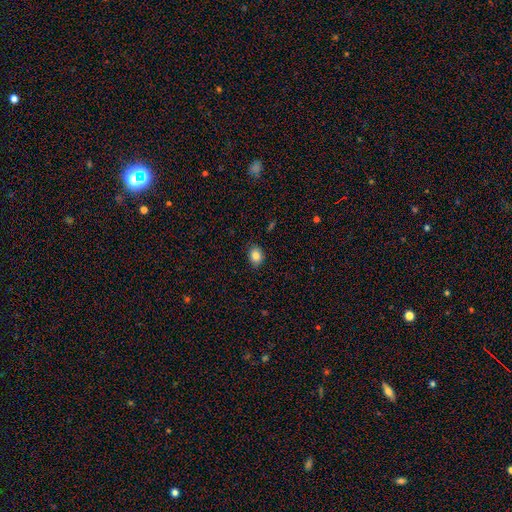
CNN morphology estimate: smooth-or-featured: smooth: 84% | star or artifact: 9% | featured or disk: 7%
  how-rounded: in between: 58% | round: 41% | cigar-shaped: 1%
  merging: none: 86% | minor disturbance: 11% | major disturbance: 2% | merger: 1%